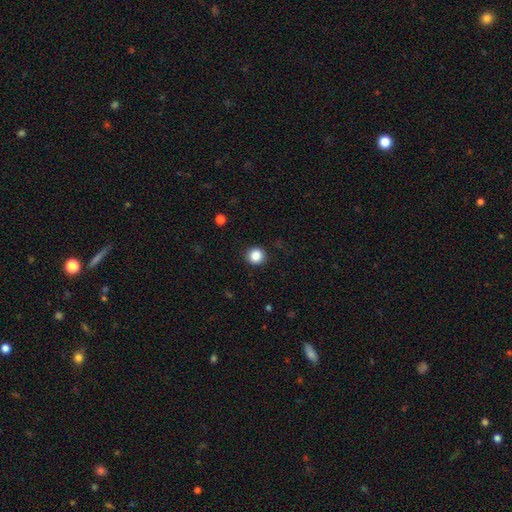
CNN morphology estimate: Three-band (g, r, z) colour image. It shows a smooth galaxy with no disk features (86%) that is round (93%). Merging: none (91%).